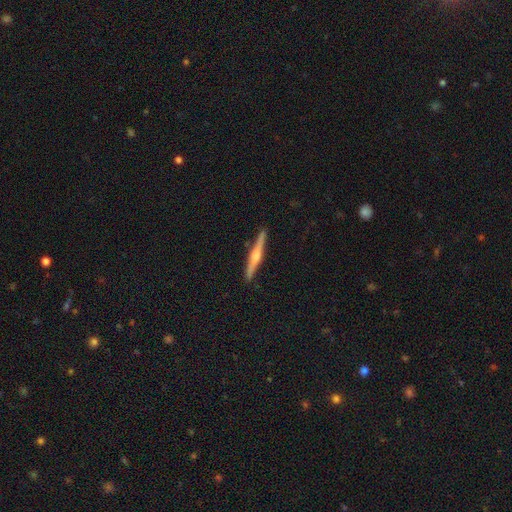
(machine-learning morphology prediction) smooth_or_featured: featured or disk (p=0.70) [alt: smooth p=0.25]
disk_edge_on: yes (p=0.98) [alt: no p=0.02]
edge_on_bulge: rounded (p=0.80) [alt: boxy p=0.12]
merging: none (p=0.91) [alt: minor disturbance p=0.06]